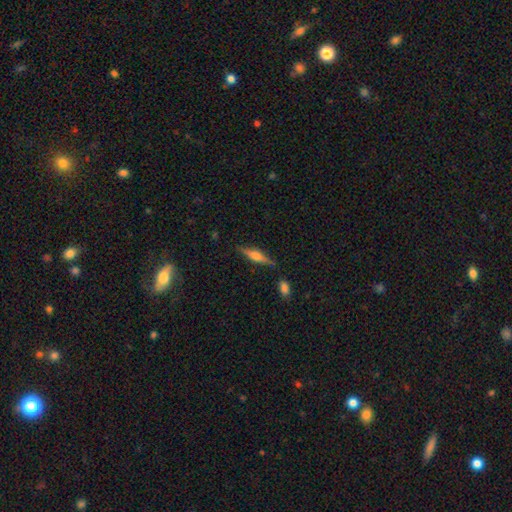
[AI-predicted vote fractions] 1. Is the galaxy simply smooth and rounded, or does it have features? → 61% featured or disk, 32% smooth, 7% star or artifact.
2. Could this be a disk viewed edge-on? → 96% yes, 4% no.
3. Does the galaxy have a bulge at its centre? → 80% rounded, 15% boxy, 5% none.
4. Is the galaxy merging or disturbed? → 83% none, 11% minor disturbance, 3% merger, 3% major disturbance.